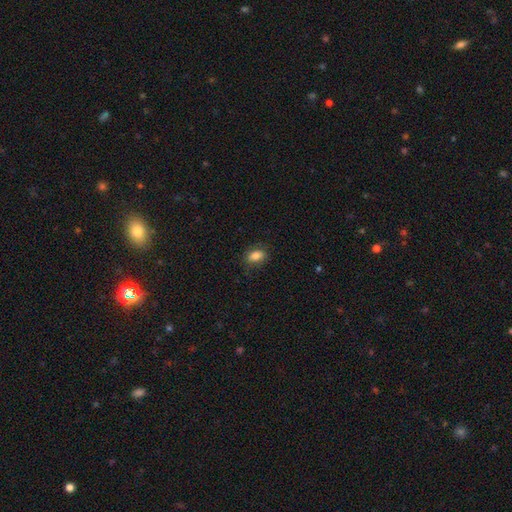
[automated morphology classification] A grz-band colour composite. It shows a smooth galaxy with no disk features (84%) that is in between round and cigar-shaped (85%). Merging: none (80%).